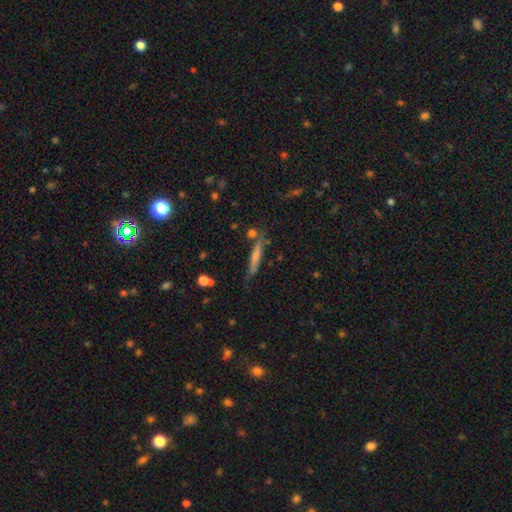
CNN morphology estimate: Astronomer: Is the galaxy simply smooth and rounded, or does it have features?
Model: smooth — 46% (runner-up: featured or disk, 41%).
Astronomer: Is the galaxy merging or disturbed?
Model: none — 76%.